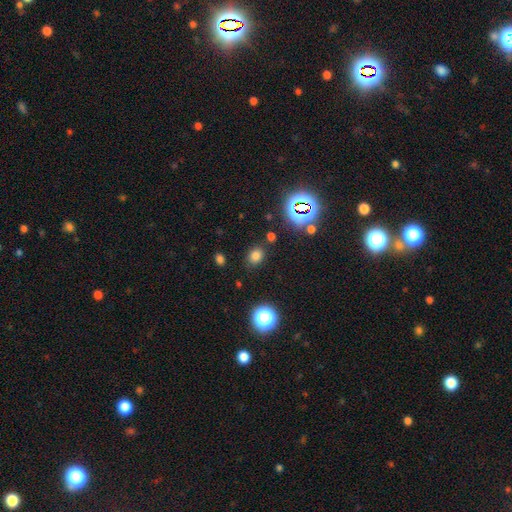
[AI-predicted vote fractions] Smooth or featured: smooth — 73% (star or artifact — 21%)
How rounded: in between — 50% (round — 49%)
Merging: none — 83% (minor disturbance — 10%)